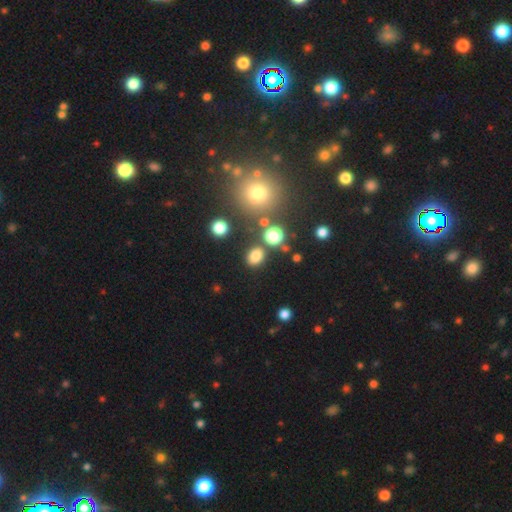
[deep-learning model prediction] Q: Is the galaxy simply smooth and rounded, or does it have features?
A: smooth — 78%.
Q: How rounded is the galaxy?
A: round — 51%.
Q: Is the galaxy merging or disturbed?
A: none — 79%.